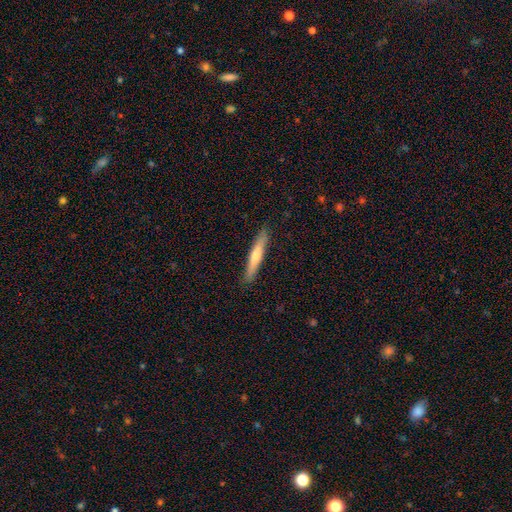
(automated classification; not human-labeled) A smooth galaxy with no disk features (59%) that is cigar-shaped (94%).

Vote fractions:
- Smooth or featured? smooth: 59% / featured or disk: 36% / star or artifact: 5%
- How rounded? cigar-shaped: 94% / in between: 5% / round: 1%
- Merging? none: 90% / minor disturbance: 7% / major disturbance: 1% / merger: 1%